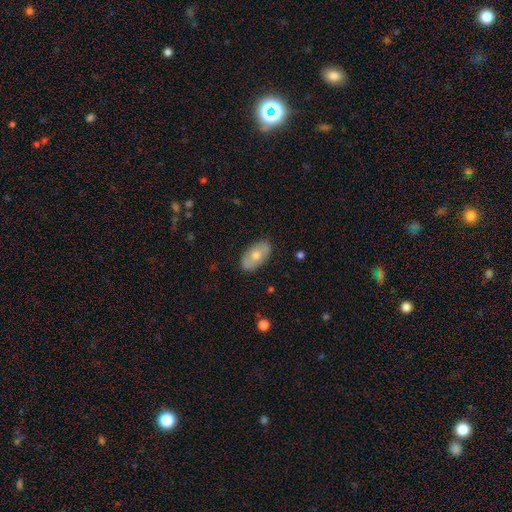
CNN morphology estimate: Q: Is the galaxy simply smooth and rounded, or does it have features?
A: smooth — 63%.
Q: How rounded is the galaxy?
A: in between — 92%.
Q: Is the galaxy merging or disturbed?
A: none — 84%.